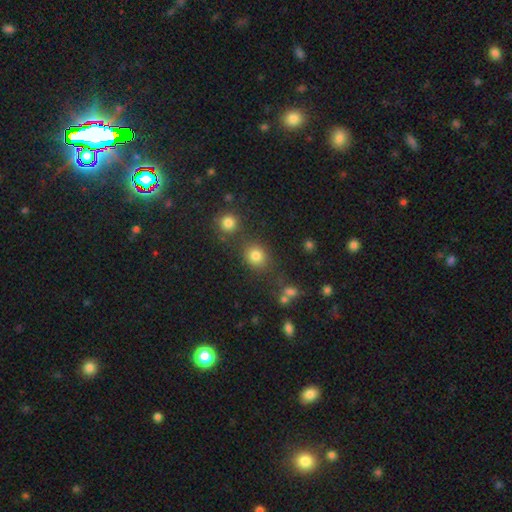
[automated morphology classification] This appears to be a smooth galaxy with no disk features (79%) that is round (76%). Merging: none (75%).